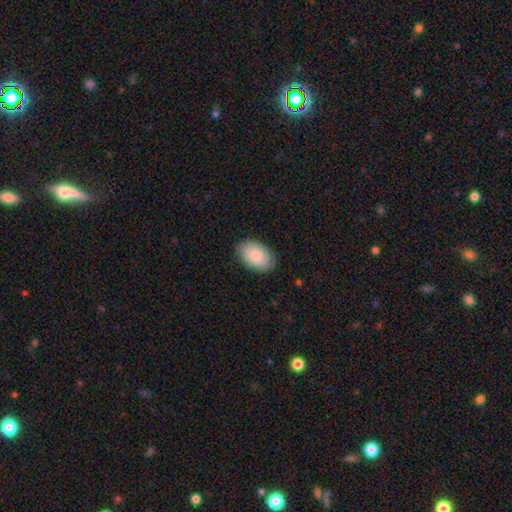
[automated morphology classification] Smooth or featured? Predicted: smooth (p=0.79). How rounded? Predicted: in between (p=0.91). Merging? Predicted: none (p=0.83).